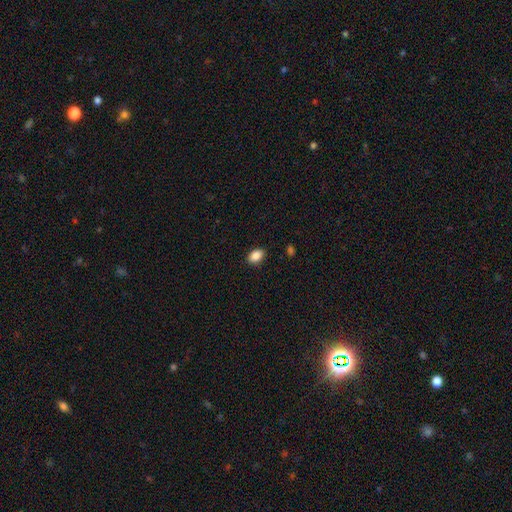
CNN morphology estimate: smooth_or_featured: smooth (p=0.88) [alt: star or artifact p=0.08]
how_rounded: in between (p=0.87) [alt: round p=0.12]
merging: none (p=0.88) [alt: minor disturbance p=0.09]